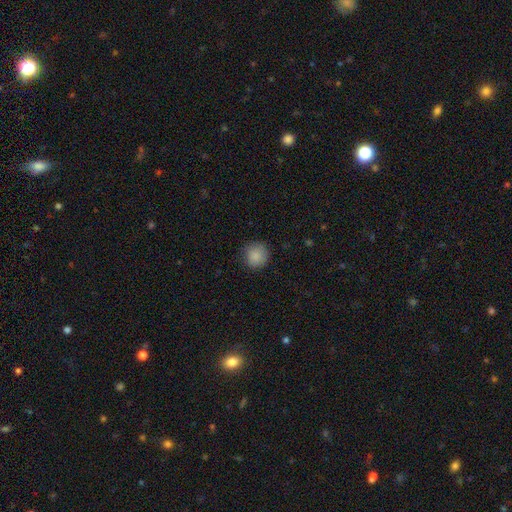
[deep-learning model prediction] smooth_or_featured: smooth (p=0.88) [alt: star or artifact p=0.09]
how_rounded: round (p=0.93) [alt: in between p=0.07]
merging: none (p=0.86) [alt: minor disturbance p=0.11]